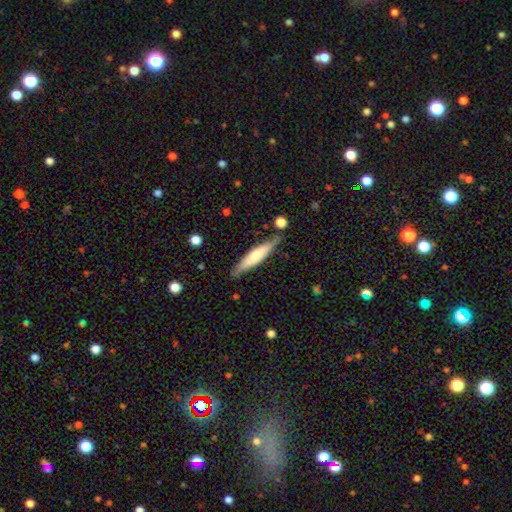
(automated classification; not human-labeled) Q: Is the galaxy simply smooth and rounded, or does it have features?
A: smooth — 51%.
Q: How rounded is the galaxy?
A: cigar-shaped — 87%.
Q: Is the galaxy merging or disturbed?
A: none — 82%.